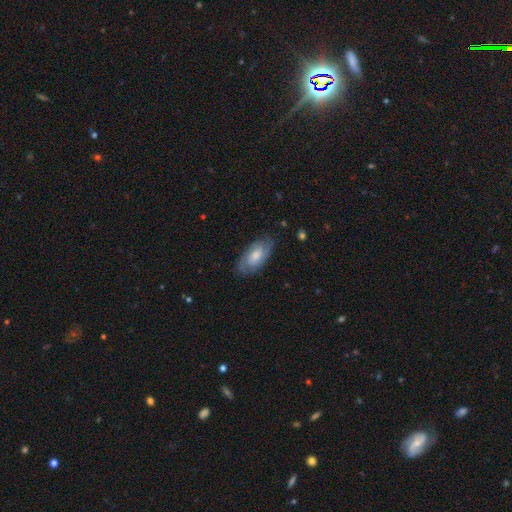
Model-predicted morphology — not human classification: Smooth or featured: smooth — 48% (featured or disk — 46%)
Merging: none — 78% (minor disturbance — 17%)